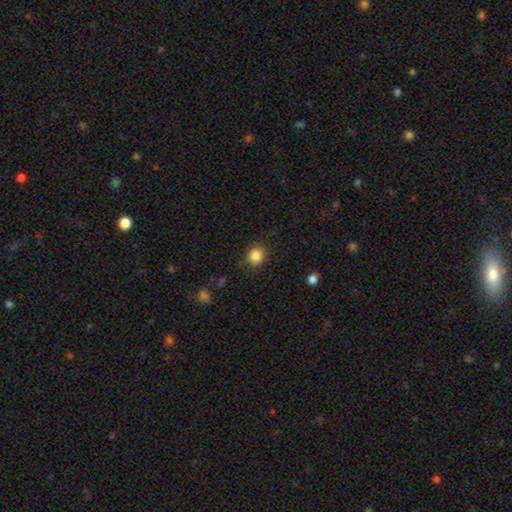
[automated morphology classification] Q: Smooth or featured?
A: smooth (85%); runner-up: star or artifact (11%)
Q: How rounded?
A: round (81%); runner-up: in between (19%)
Q: Merging?
A: none (84%); runner-up: minor disturbance (11%)